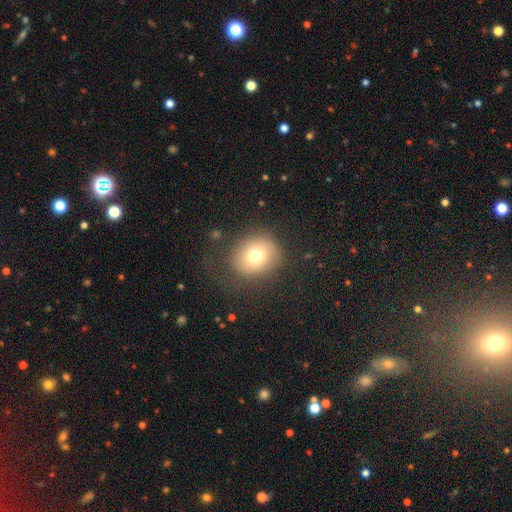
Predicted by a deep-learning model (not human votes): Overall: smooth (71%). How rounded: round (66%; in between 33%). Merging: none (70%).